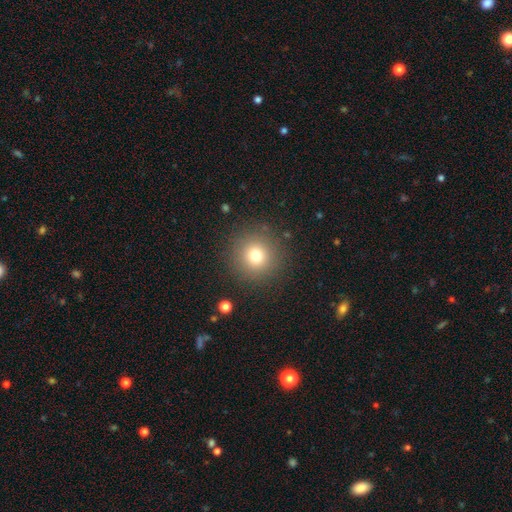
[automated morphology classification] Smooth or featured?
  - smooth: 75% *
  - star or artifact: 15%
  - featured or disk: 10%
How rounded?
  - round: 95% *
  - in between: 4%
  - cigar-shaped: 1%
Merging?
  - none: 89% *
  - minor disturbance: 6%
  - major disturbance: 3%
  - merger: 2%